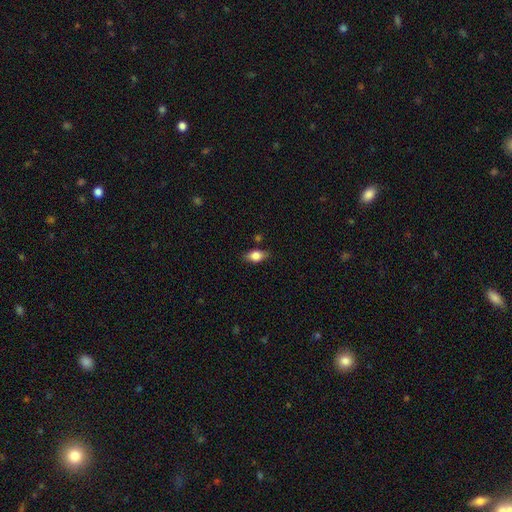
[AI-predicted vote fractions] Smooth or featured? smooth (77%)
How rounded? in between (83%)
Merging? none (79%)